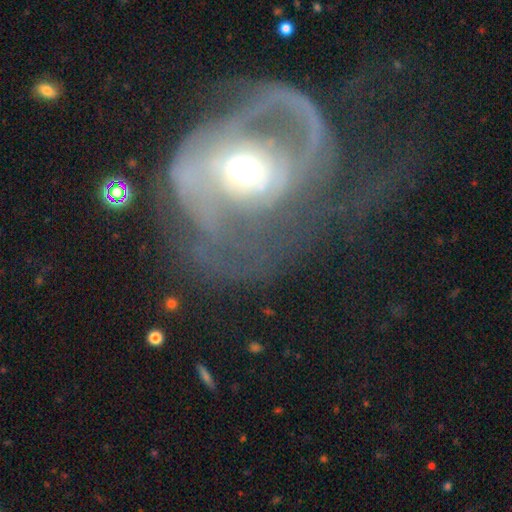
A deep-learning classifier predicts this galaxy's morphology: smooth_or_featured: featured or disk (p=0.80) [alt: smooth p=0.13]
disk_edge_on: no (p=0.97) [alt: yes p=0.03]
bar: no (p=0.57) [alt: weak p=0.29]
has_spiral_arms: yes (p=0.76) [alt: no p=0.24]
spiral_winding: medium (p=0.40) [alt: loose p=0.31]
spiral_arm_count: 2 (p=0.41) [alt: 1 p=0.26]
bulge_size: moderate (p=0.67) [alt: small p=0.19]
merging: major disturbance (p=0.55) [alt: none p=0.25]